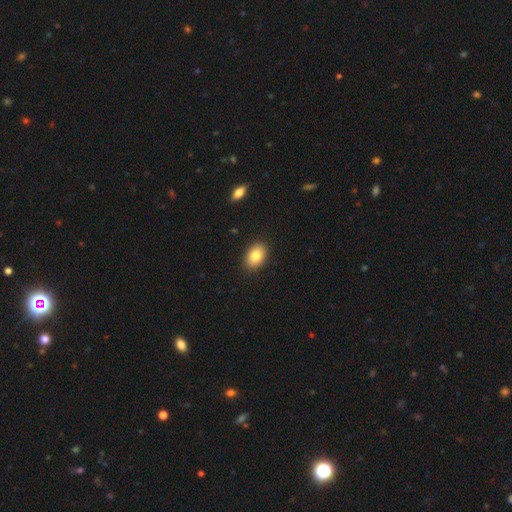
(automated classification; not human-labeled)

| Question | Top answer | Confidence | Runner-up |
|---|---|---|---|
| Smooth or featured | smooth | 84% | featured or disk (8%) |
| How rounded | in between | 84% | round (15%) |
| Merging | none | 88% | minor disturbance (8%) |